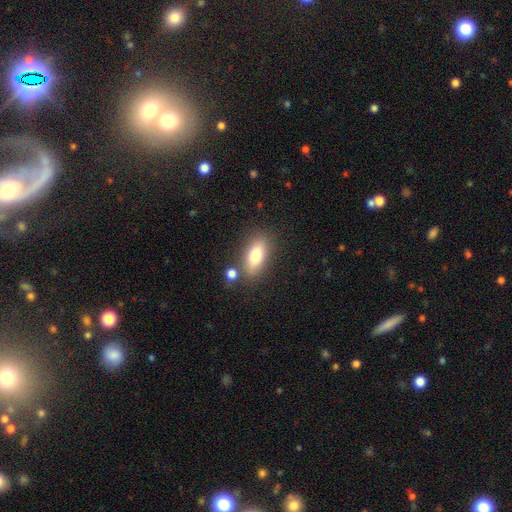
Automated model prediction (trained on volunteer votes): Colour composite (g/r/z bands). It shows a smooth galaxy with no disk features (77%) that is in between round and cigar-shaped (79%). Merging: none (73%).